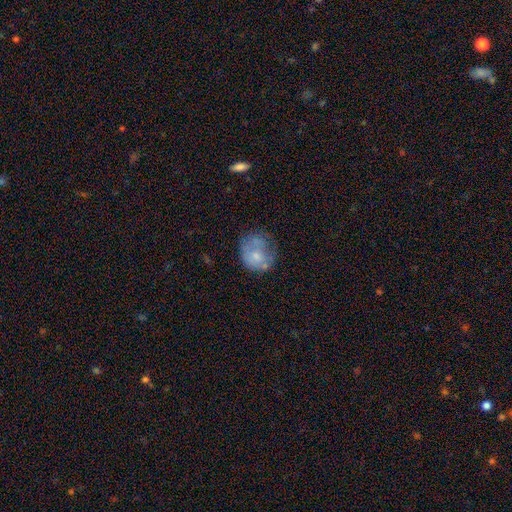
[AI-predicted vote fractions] Morphology: type=smooth (56%); roundness=round (71%); merging=none (45%).